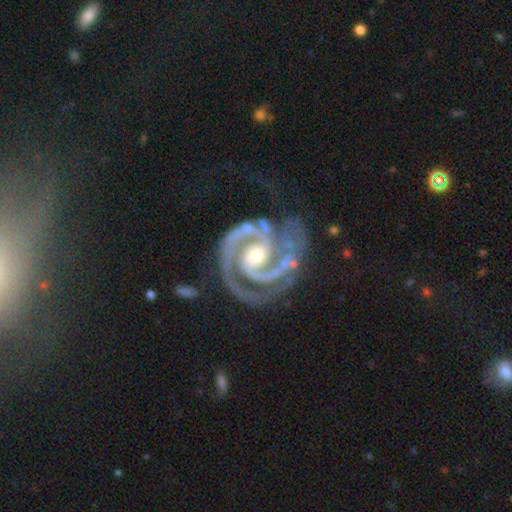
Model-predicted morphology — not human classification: The model was most divided on "bar": no: 47%, weak: 32%, strong: 20%. More confident: spiral arms — yes (99%); edge-on disk — no (98%); smooth or featured — featured or disk (94%); spiral arm count — 2 (77%); merging — none (69%); spiral winding — tight (64%); bulge size — moderate (62%).